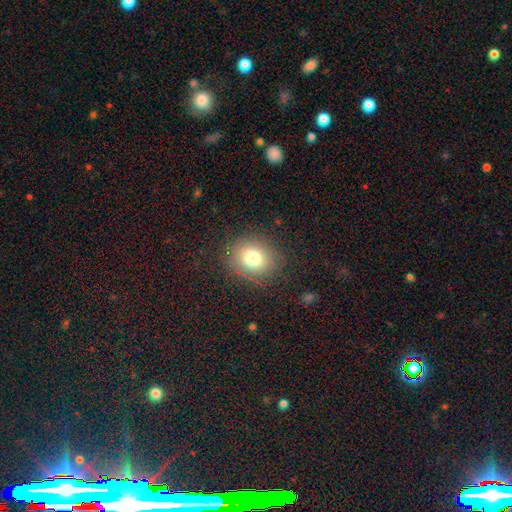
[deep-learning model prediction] smooth 78%, star or artifact 12%, featured or disk 10%. Down the decision tree: how rounded — round (67%); merging — none (87%).